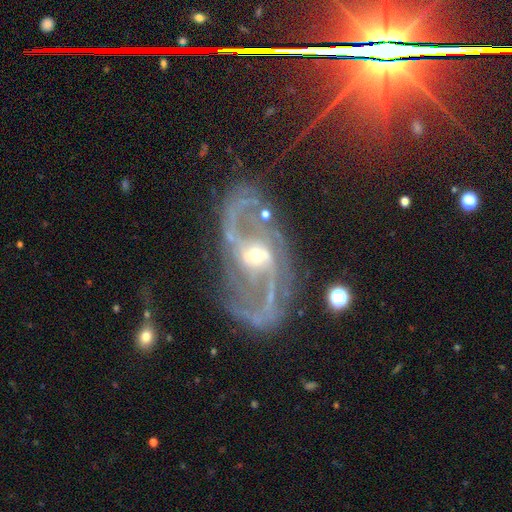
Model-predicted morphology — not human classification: A featured or disk galaxy (89%) with a weak bar (39%), 2 (73%) medium (49%) spiral arms (94%) and a small central bulge (61%).

Vote fractions:
- Smooth or featured? featured or disk: 89% / star or artifact: 6% / smooth: 5%
- Edge-on disk? no: 96% / yes: 4%
- Bar? weak: 39% / strong: 33% / no: 28%
- Spiral arms? yes: 94% / no: 6%
- Spiral winding? medium: 49% / loose: 27% / tight: 24%
- Spiral arm count? 2: 73% / can't tell: 9% / 3: 8% / 1: 4% / 4: 4% / more than 4: 3%
- Bulge size? small: 61% / moderate: 34% / large: 2% / none: 1% / dominant: 1%
- Merging? none: 63% / minor disturbance: 18% / major disturbance: 15% / merger: 4%